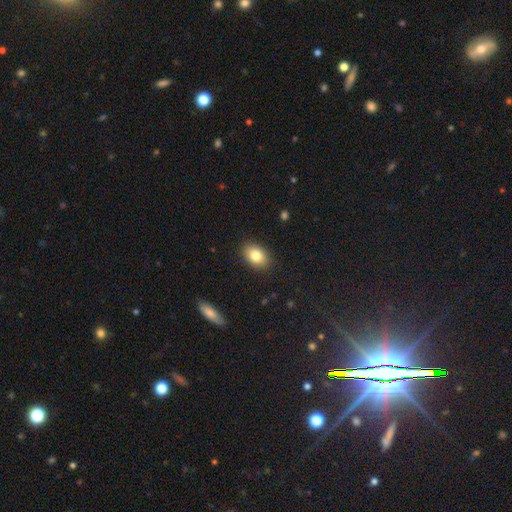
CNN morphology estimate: Smooth or featured? smooth (82%)
How rounded? in between (80%)
Merging? none (88%)